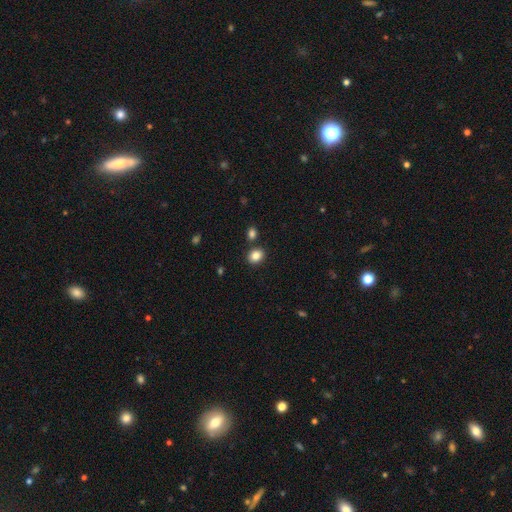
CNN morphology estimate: smooth 85%, star or artifact 10%, featured or disk 5%. Down the decision tree: how rounded — round (56%); merging — none (82%).